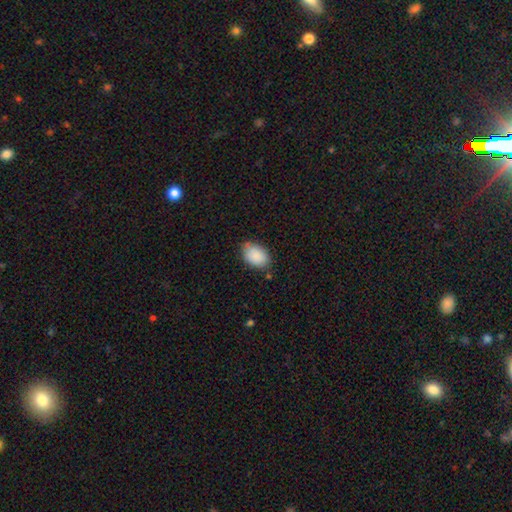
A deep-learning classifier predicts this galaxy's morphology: Smooth or featured?
  - smooth: 89% *
  - star or artifact: 7%
  - featured or disk: 4%
How rounded?
  - in between: 88% *
  - round: 11%
  - cigar-shaped: 1%
Merging?
  - none: 73% *
  - minor disturbance: 22%
  - major disturbance: 4%
  - merger: 2%